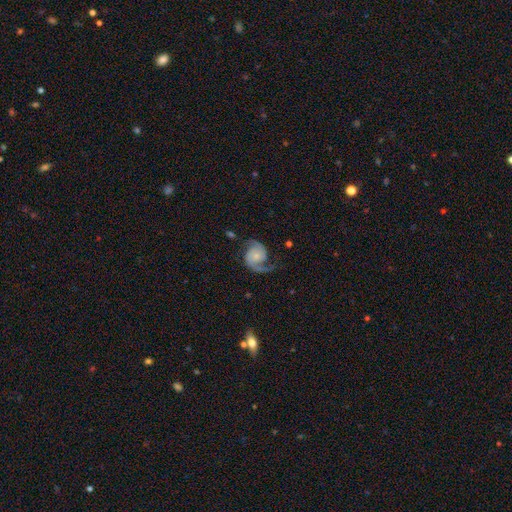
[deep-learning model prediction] Smooth or featured?
  - featured or disk: 89% *
  - smooth: 6%
  - star or artifact: 5%
Edge-on disk?
  - no: 98% *
  - yes: 2%
Bar?
  - no: 73% *
  - weak: 22%
  - strong: 5%
Spiral arms?
  - yes: 98% *
  - no: 2%
Spiral winding?
  - medium: 51% *
  - loose: 29%
  - tight: 20%
Spiral arm count?
  - 2: 91% *
  - 1: 3%
  - can't tell: 2%
  - 3: 1%
  - 4: 1%
  - more than 4: 1%
Bulge size?
  - small: 57% *
  - moderate: 31%
  - none: 7%
  - large: 4%
  - dominant: 1%
Merging?
  - none: 71% *
  - minor disturbance: 17%
  - major disturbance: 10%
  - merger: 2%